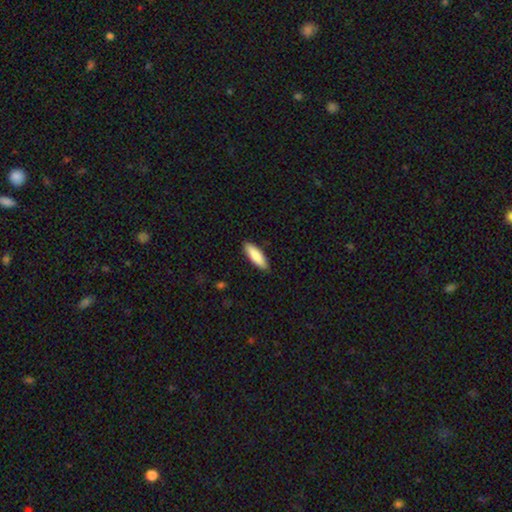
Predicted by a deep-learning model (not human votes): Smooth or featured? Predicted: smooth (p=0.86). How rounded? Predicted: in between (p=0.53). Merging? Predicted: none (p=0.89).